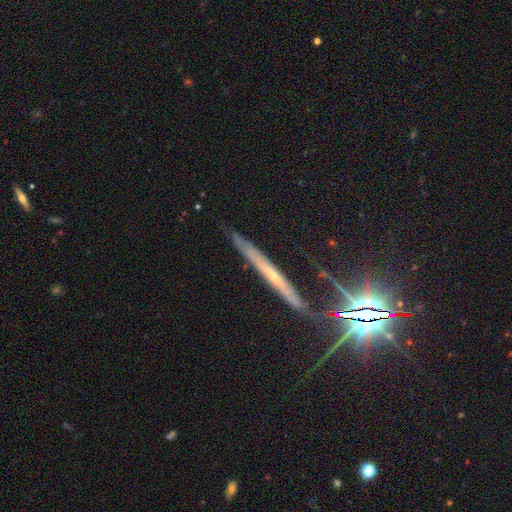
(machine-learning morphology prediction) A featured or disk galaxy (59%) viewed edge-on (90%) with no central bulge (68%). Merging: none (80%).